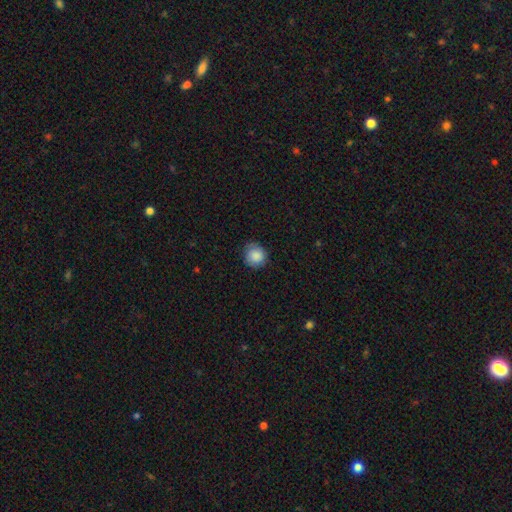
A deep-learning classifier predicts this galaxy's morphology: smooth_or_featured: smooth (p=0.86) [alt: star or artifact p=0.08]
how_rounded: round (p=0.89) [alt: in between p=0.10]
merging: none (p=0.78) [alt: minor disturbance p=0.17]